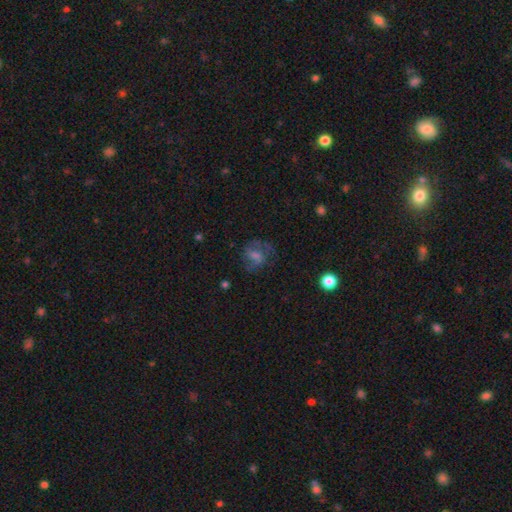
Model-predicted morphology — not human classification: smooth_or_featured: featured or disk (p=0.55) [alt: smooth p=0.30]
disk_edge_on: no (p=0.97) [alt: yes p=0.03]
bar: weak (p=0.45) [alt: no p=0.41]
has_spiral_arms: yes (p=0.80) [alt: no p=0.20]
bulge_size: moderate (p=0.37) [alt: small p=0.33]
merging: none (p=0.61) [alt: minor disturbance p=0.19]